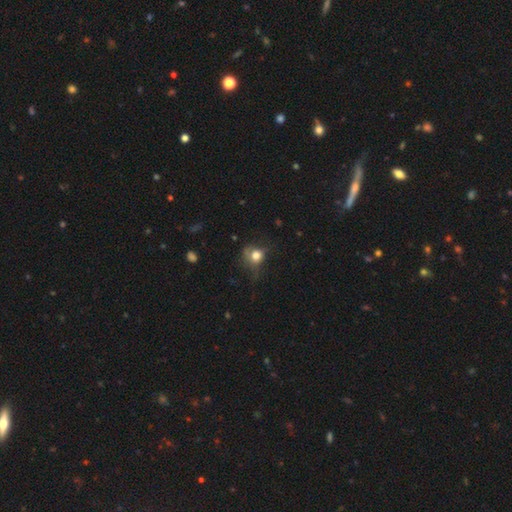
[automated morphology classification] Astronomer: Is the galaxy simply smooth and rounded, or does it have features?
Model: smooth — 71%.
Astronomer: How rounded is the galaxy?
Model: round — 71%.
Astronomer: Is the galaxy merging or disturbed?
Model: none — 44% (runner-up: minor disturbance, 27%).